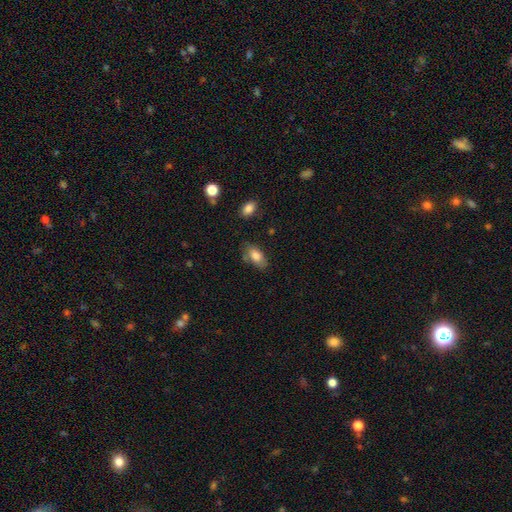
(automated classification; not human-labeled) Smooth or featured? smooth (81%)
How rounded? in between (90%)
Merging? none (69%)